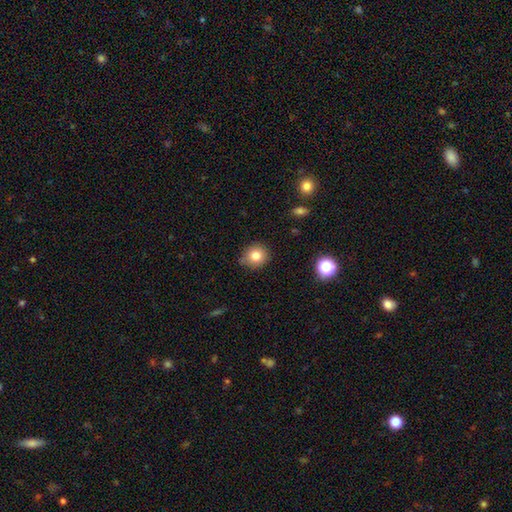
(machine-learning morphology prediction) This appears to be a smooth galaxy with no disk features (80%) that is round (88%). Merging: none (80%).